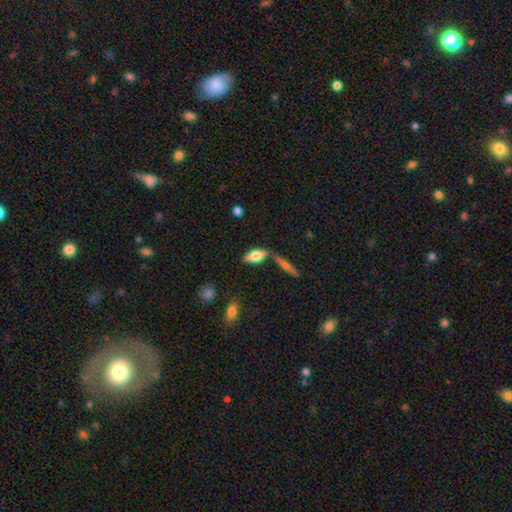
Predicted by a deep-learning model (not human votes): This is likely a smooth galaxy (60%). How rounded: likely in between (74%). Merging: likely none (70%).